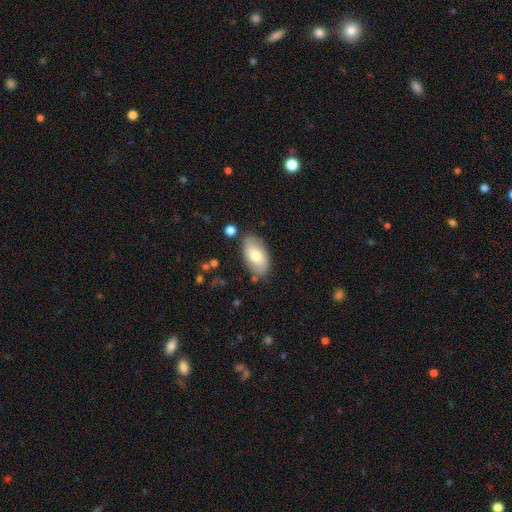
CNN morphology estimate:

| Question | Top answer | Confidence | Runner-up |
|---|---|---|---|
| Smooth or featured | smooth | 69% | featured or disk (25%) |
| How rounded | in between | 94% | round (4%) |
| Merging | none | 77% | minor disturbance (15%) |